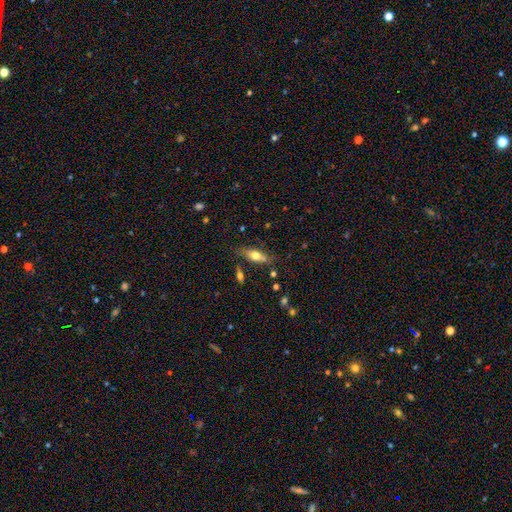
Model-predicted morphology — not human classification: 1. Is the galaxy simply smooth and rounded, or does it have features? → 68% smooth, 24% featured or disk, 8% star or artifact.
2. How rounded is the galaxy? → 75% in between, 21% cigar-shaped, 4% round.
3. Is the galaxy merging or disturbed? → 65% none, 19% minor disturbance, 9% merger, 6% major disturbance.